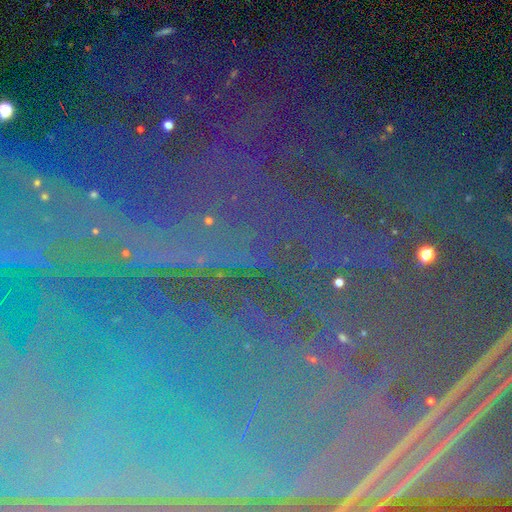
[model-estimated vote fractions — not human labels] smooth-or-featured: star or artifact: 88% | featured or disk: 6% | smooth: 5%